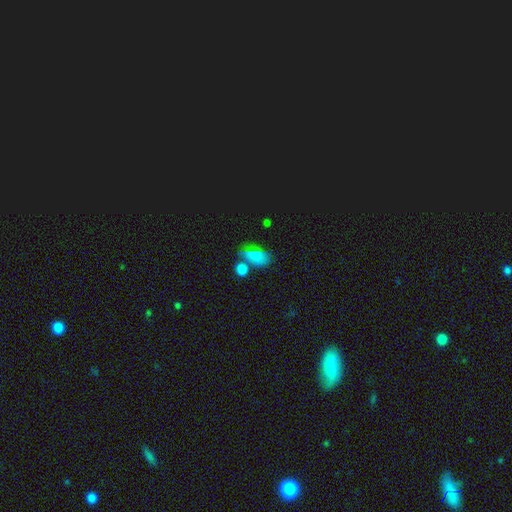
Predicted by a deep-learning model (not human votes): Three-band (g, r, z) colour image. It shows a smooth galaxy with no disk features (67%) that is in between round and cigar-shaped (79%). Merging: none (49%).